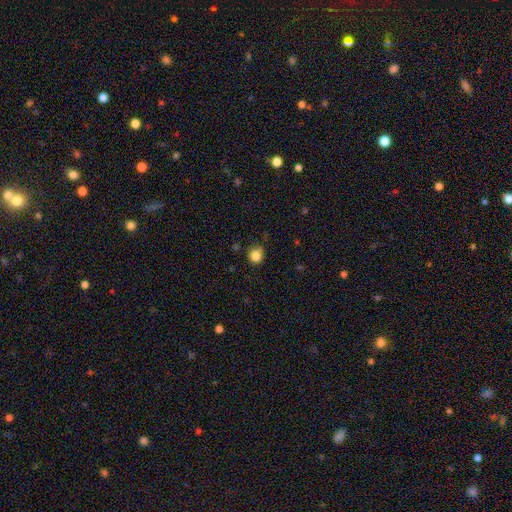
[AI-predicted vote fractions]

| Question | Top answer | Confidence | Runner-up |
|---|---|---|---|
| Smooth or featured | smooth | 84% | star or artifact (12%) |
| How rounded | round | 88% | in between (11%) |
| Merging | none | 76% | minor disturbance (18%) |